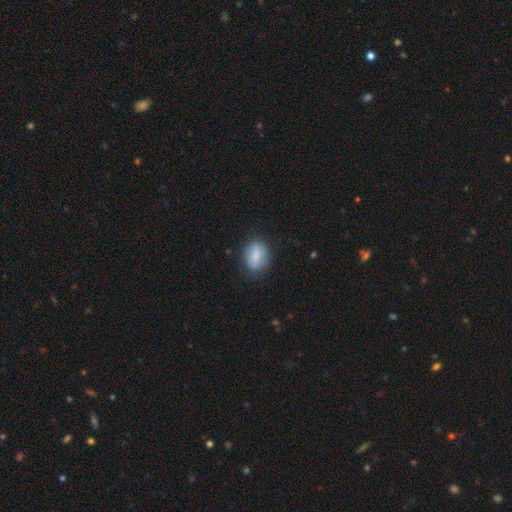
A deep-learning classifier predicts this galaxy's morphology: smooth-or-featured: smooth: 72% | featured or disk: 20% | star or artifact: 7%
  how-rounded: in between: 68% | round: 30% | cigar-shaped: 2%
  merging: none: 73% | minor disturbance: 19% | major disturbance: 6% | merger: 1%